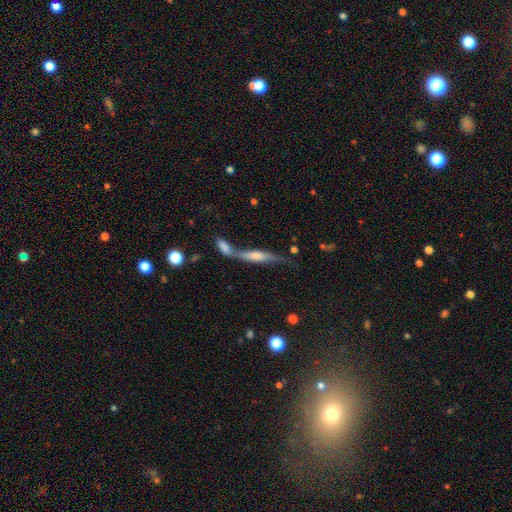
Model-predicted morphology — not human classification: featured or disk 61%, smooth 29%, star or artifact 10%. Down the decision tree: edge-on disk — yes (80%); merging — merger (41%).